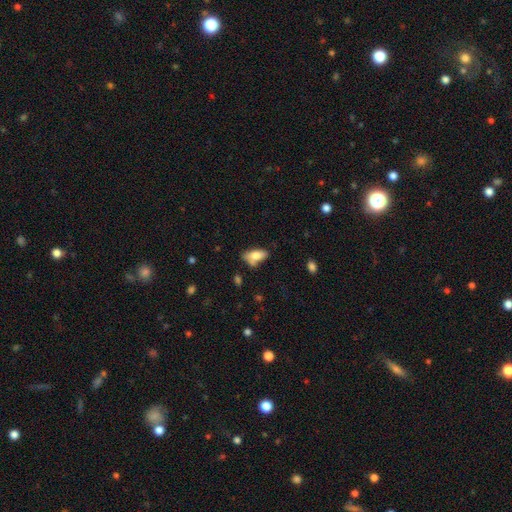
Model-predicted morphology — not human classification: This appears to be a smooth galaxy with no disk features (73%) that is in between round and cigar-shaped (87%). Merging: none (50%).